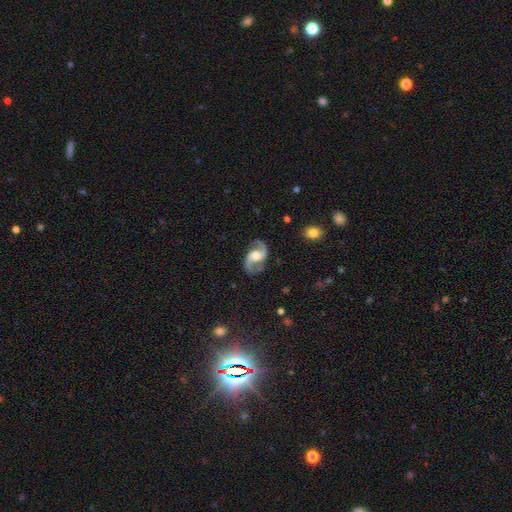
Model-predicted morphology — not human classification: Smooth or featured?
  - featured or disk: 92% *
  - star or artifact: 4%
  - smooth: 4%
Edge-on disk?
  - no: 98% *
  - yes: 2%
Bar?
  - no: 43% *
  - weak: 41%
  - strong: 16%
Spiral arms?
  - yes: 98% *
  - no: 2%
Spiral winding?
  - medium: 52% *
  - loose: 38%
  - tight: 9%
Spiral arm count?
  - 2: 95% *
  - can't tell: 1%
  - 1: 1%
  - 3: 1%
  - 4: 1%
  - more than 4: 1%
Bulge size?
  - moderate: 57% *
  - large: 22%
  - small: 14%
  - none: 4%
  - dominant: 2%
Merging?
  - none: 83% *
  - minor disturbance: 12%
  - major disturbance: 4%
  - merger: 1%